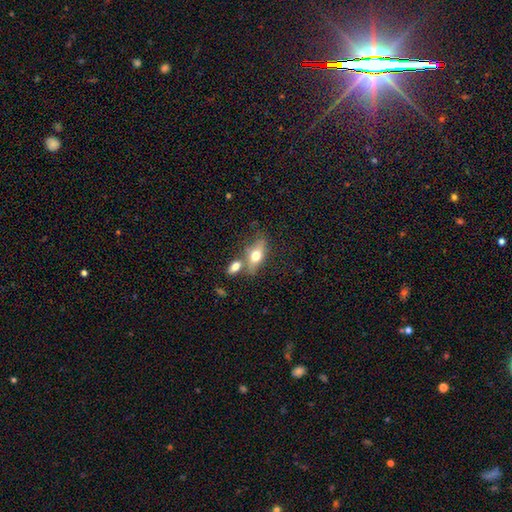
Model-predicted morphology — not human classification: The model was most divided on "merging": none: 51%, merger: 27%, minor disturbance: 15%, major disturbance: 6%. More confident: how rounded — in between (76%); smooth or featured — smooth (66%).